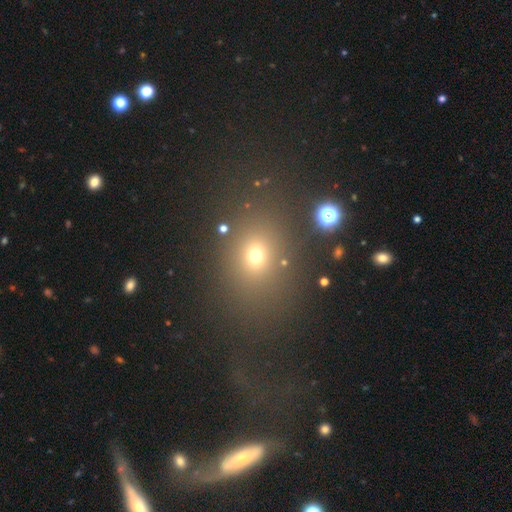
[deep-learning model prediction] This appears to be a smooth galaxy with no disk features (68%) that is round (61%). Merging: none (80%).